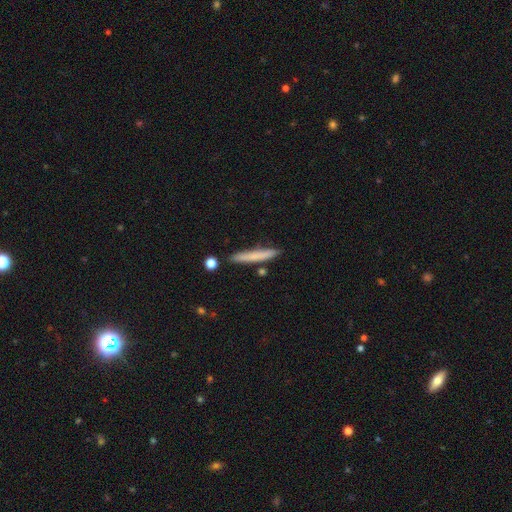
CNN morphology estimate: Smooth or featured?
  - smooth: 71% *
  - featured or disk: 23%
  - star or artifact: 6%
How rounded?
  - cigar-shaped: 95% *
  - in between: 3%
  - round: 1%
Merging?
  - none: 84% *
  - minor disturbance: 10%
  - merger: 4%
  - major disturbance: 2%